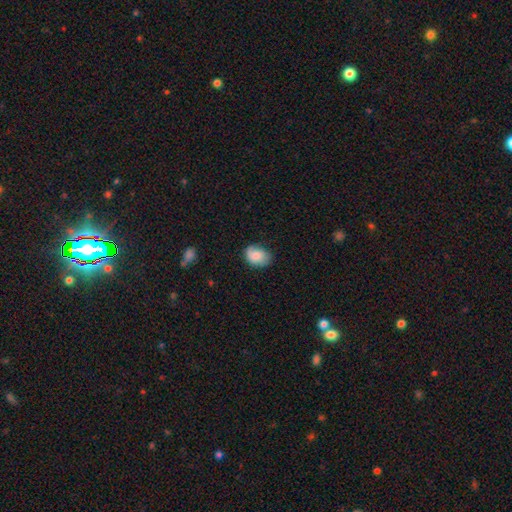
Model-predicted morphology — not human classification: This appears to be a smooth galaxy with no disk features (78%) that is in between round and cigar-shaped (71%). Merging: none (64%).